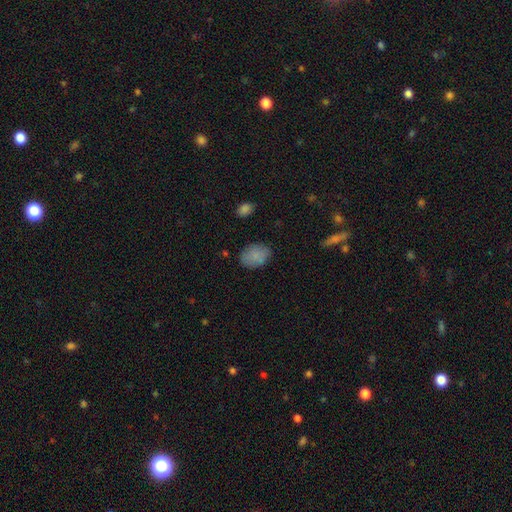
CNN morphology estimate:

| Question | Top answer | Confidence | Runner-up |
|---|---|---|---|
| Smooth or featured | smooth | 84% | featured or disk (8%) |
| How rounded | in between | 76% | round (23%) |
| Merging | none | 78% | minor disturbance (16%) |